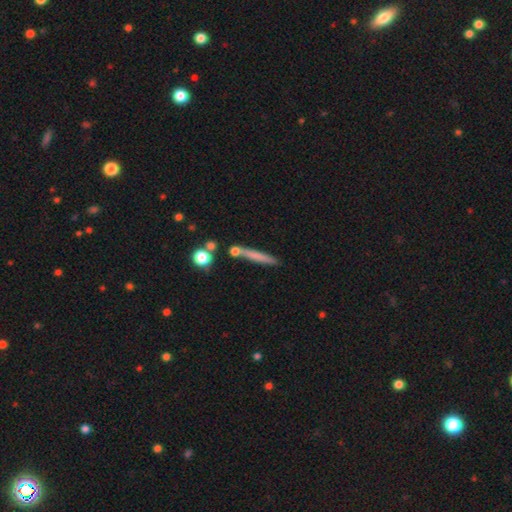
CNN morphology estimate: This appears to be a smooth galaxy with no disk features (64%) that is cigar-shaped (91%). Merging: none (74%).